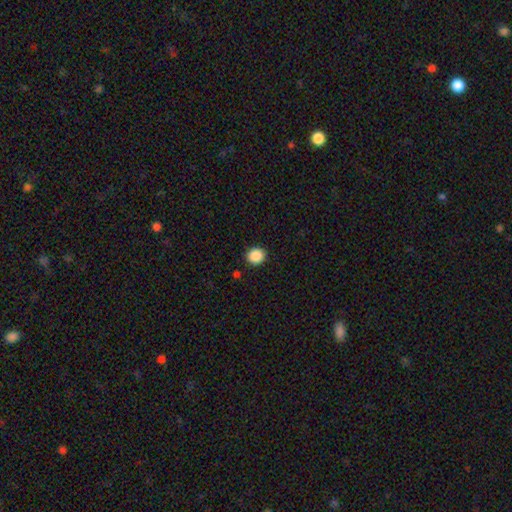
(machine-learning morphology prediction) The model was most divided on "how rounded": round: 83%, in between: 16%, cigar-shaped: 1%. More confident: merging — none (91%); smooth or featured — smooth (88%).